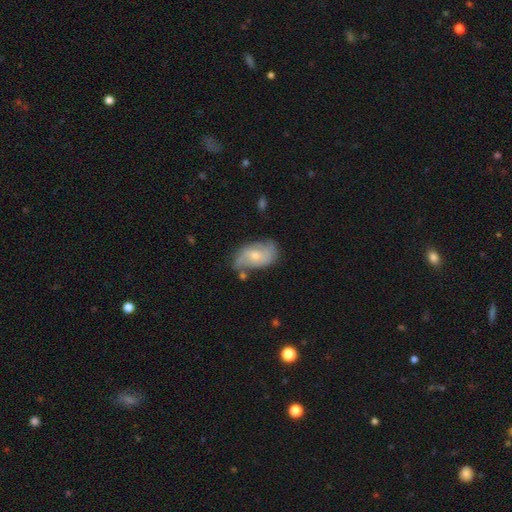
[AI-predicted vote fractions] Q: Smooth or featured?
A: featured or disk (58%); runner-up: smooth (34%)
Q: Edge-on disk?
A: no (95%); runner-up: yes (5%)
Q: Bar?
A: no (60%); runner-up: weak (34%)
Q: Spiral arms?
A: yes (81%); runner-up: no (19%)
Q: Bulge size?
A: small (49%); runner-up: moderate (44%)
Q: Merging?
A: none (53%); runner-up: minor disturbance (29%)